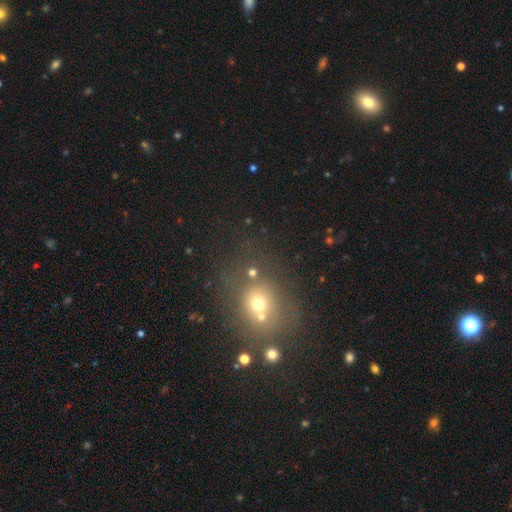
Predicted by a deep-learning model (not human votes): smooth 50%, star or artifact 37%, featured or disk 13%. Down the decision tree: merging — none (71%).